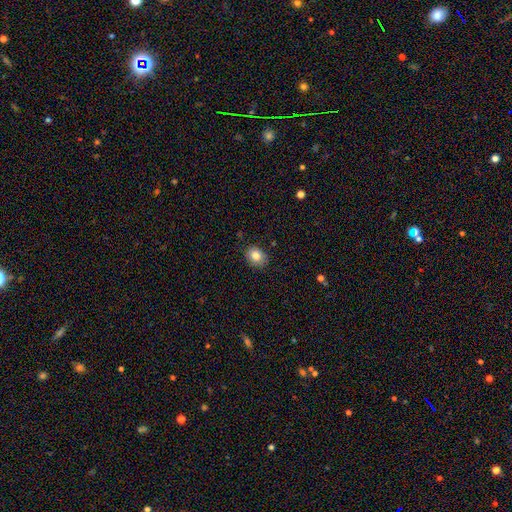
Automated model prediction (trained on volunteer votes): The model was most divided on "how rounded": in between: 52%, round: 47%, cigar-shaped: 1%. More confident: merging — none (84%); smooth or featured — smooth (83%).